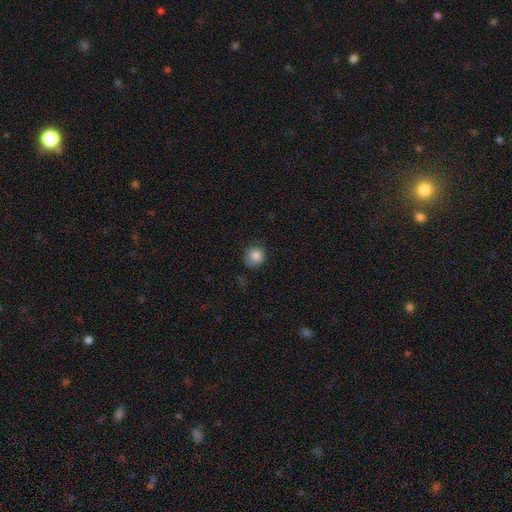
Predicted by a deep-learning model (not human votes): Morphology: type=smooth (84%); roundness=round (88%); merging=none (69%).